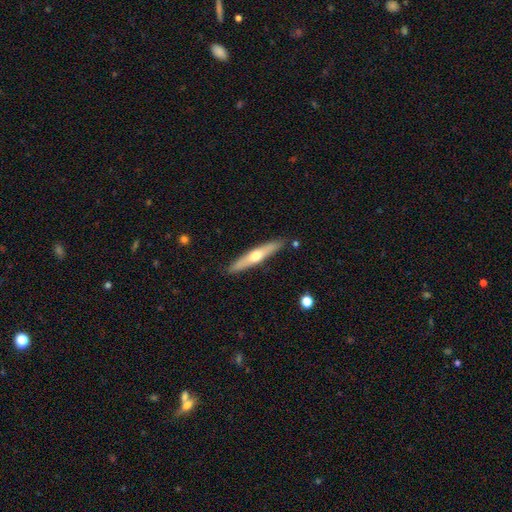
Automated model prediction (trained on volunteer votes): Q: Smooth or featured?
A: featured or disk (54%); runner-up: smooth (41%)
Q: Edge-on disk?
A: yes (92%); runner-up: no (8%)
Q: Merging?
A: none (88%); runner-up: minor disturbance (8%)